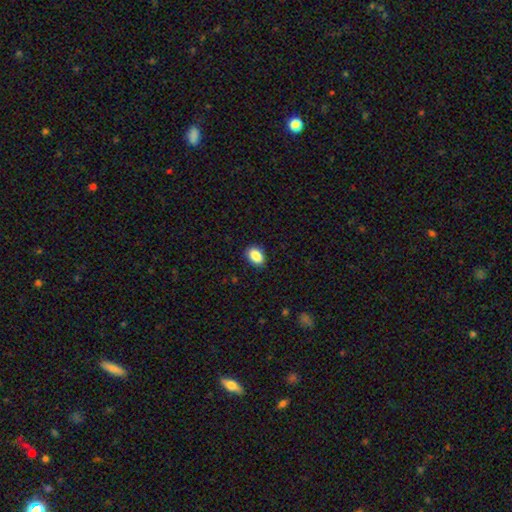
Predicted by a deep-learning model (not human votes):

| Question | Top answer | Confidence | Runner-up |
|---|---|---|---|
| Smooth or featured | smooth | 89% | star or artifact (8%) |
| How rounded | in between | 81% | round (18%) |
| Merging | none | 88% | minor disturbance (9%) |